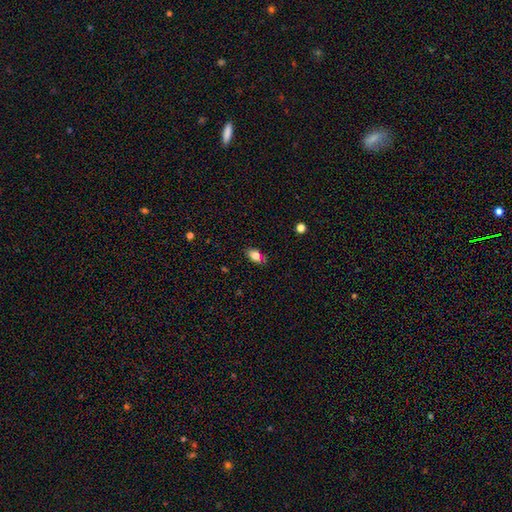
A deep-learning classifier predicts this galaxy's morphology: smooth-or-featured: smooth: 82% | star or artifact: 11% | featured or disk: 8%
  how-rounded: in between: 87% | round: 10% | cigar-shaped: 3%
  merging: none: 78% | minor disturbance: 16% | major disturbance: 3% | merger: 3%